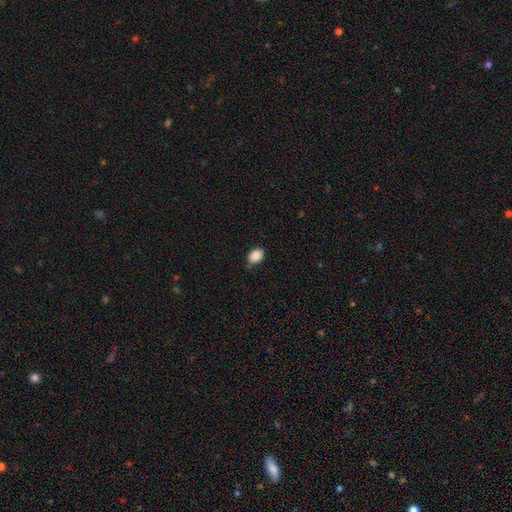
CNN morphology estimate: Overall: smooth (89%). How rounded: in between (79%). Merging: none (73%).